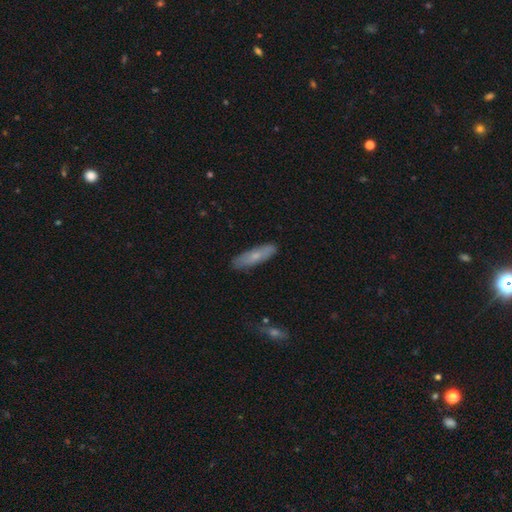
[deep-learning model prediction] Overall: smooth (61%; featured or disk 32%). How rounded: cigar-shaped (69%; in between 29%). Merging: none (86%).